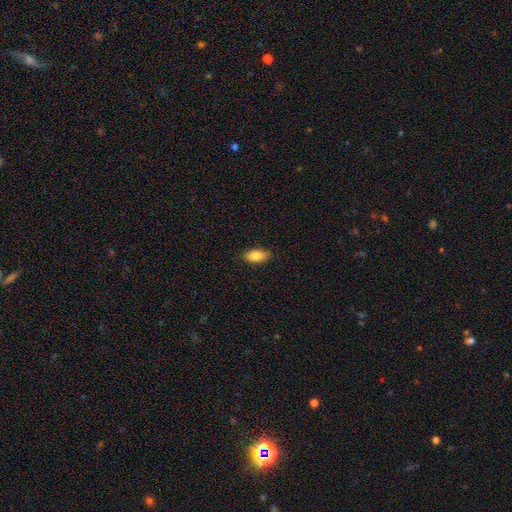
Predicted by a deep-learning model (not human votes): Smooth or featured? Predicted: smooth (p=0.86). How rounded? Predicted: in between (p=0.89). Merging? Predicted: none (p=0.86).